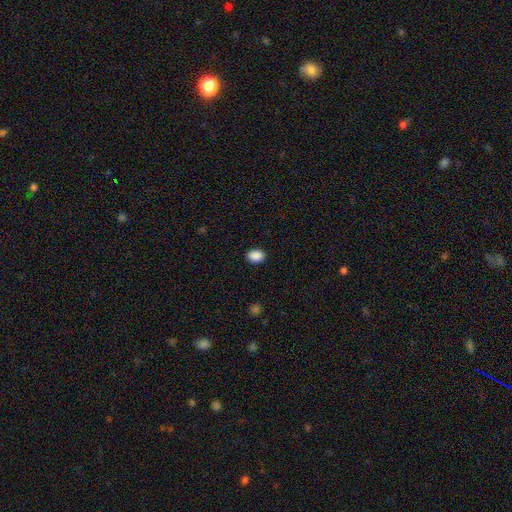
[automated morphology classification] Overall: smooth (90%). How rounded: in between (69%; round 30%). Merging: none (90%).